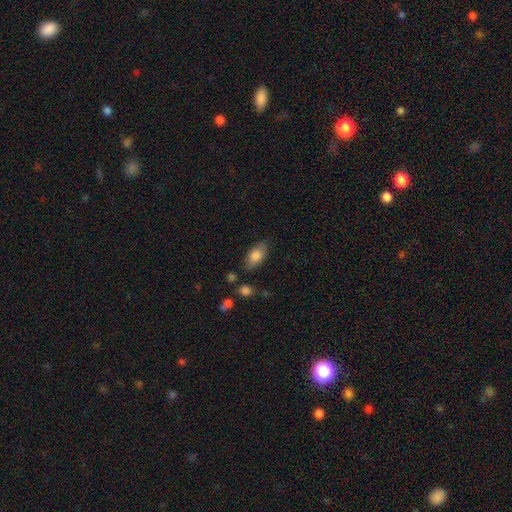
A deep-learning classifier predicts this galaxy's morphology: smooth_or_featured: smooth (p=0.81) [alt: featured or disk p=0.12]
how_rounded: in between (p=0.91) [alt: round p=0.05]
merging: none (p=0.79) [alt: minor disturbance p=0.15]